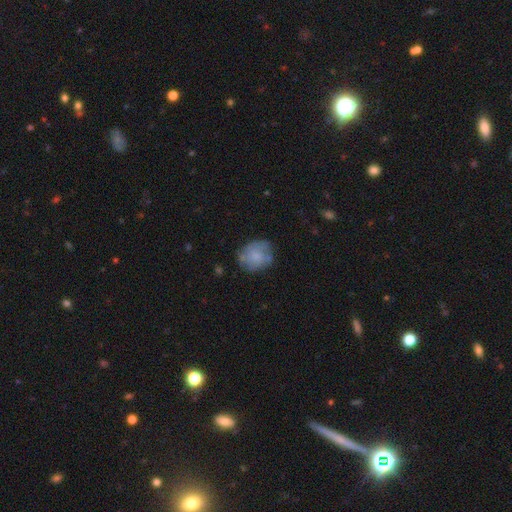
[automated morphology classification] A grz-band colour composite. It shows a smooth galaxy with no disk features (63%) that is round (64%). Merging: none (61%).